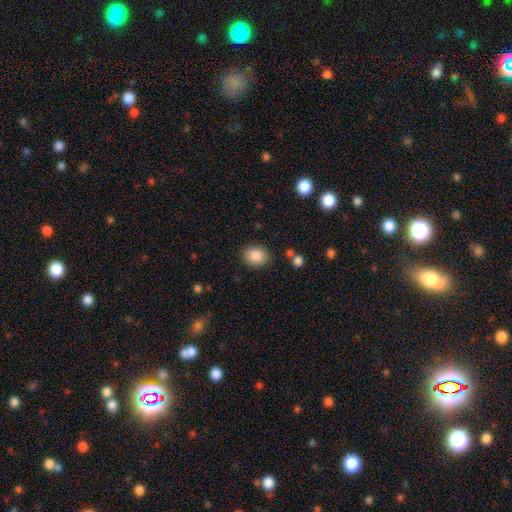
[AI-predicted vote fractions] Smooth or featured? Predicted: smooth (p=0.87). How rounded? Predicted: round (p=0.51). Merging? Predicted: none (p=0.86).